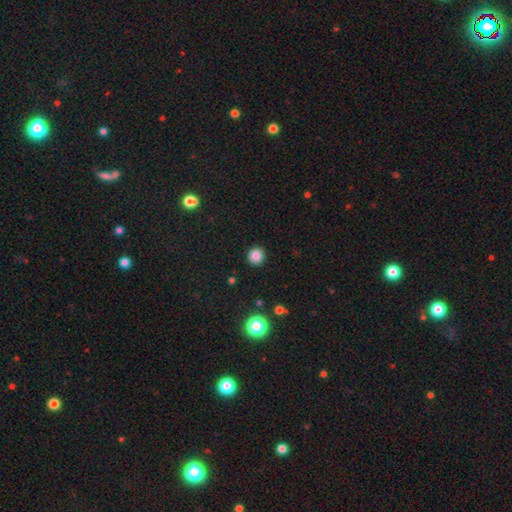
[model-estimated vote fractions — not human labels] Smooth or featured? Predicted: smooth (p=0.84). How rounded? Predicted: round (p=0.93). Merging? Predicted: none (p=0.92).